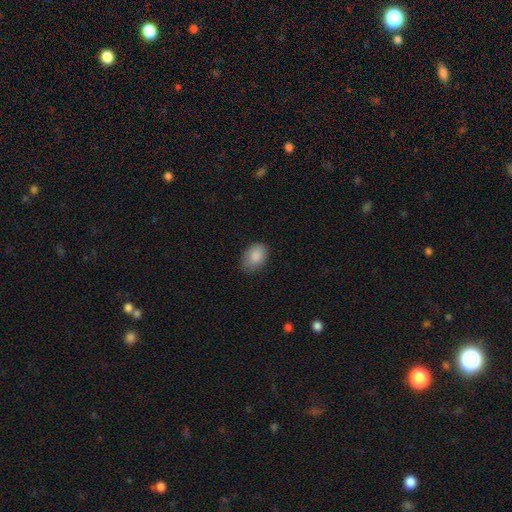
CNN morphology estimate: Q: Smooth or featured?
A: smooth (88%); runner-up: star or artifact (7%)
Q: How rounded?
A: in between (82%); runner-up: round (17%)
Q: Merging?
A: none (77%); runner-up: minor disturbance (19%)